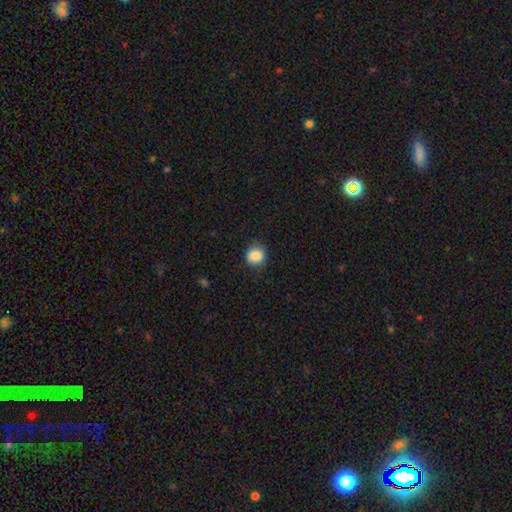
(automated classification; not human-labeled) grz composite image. It shows a smooth galaxy with no disk features (87%) that is round (82%). Merging: none (83%).